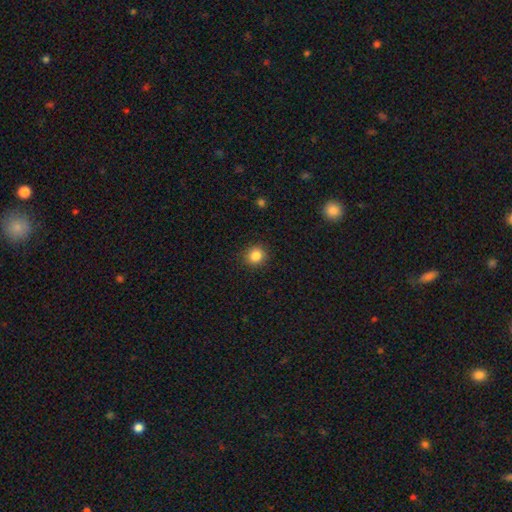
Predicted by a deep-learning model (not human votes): smooth-or-featured: smooth: 84% | star or artifact: 11% | featured or disk: 5%
  how-rounded: round: 88% | in between: 11% | cigar-shaped: 1%
  merging: none: 91% | minor disturbance: 6% | major disturbance: 2% | merger: 1%